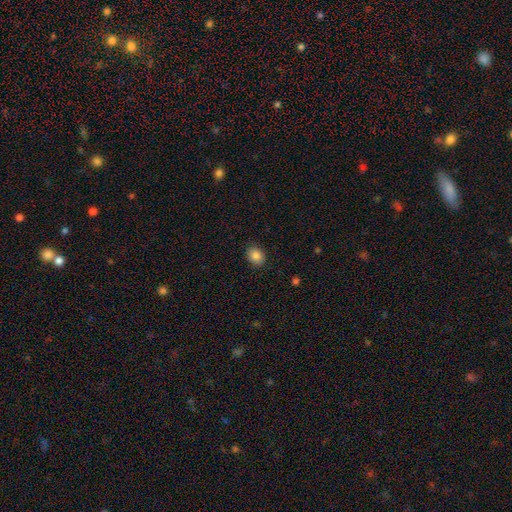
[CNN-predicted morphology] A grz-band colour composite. It shows a smooth galaxy with no disk features (86%) that is round (51%). Merging: none (89%).